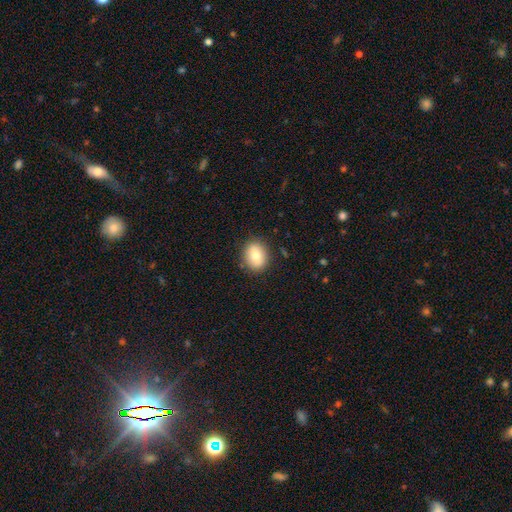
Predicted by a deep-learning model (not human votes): A smooth galaxy with no disk features (79%) that is round (51%).

Vote fractions:
- Smooth or featured? smooth: 79% / featured or disk: 13% / star or artifact: 8%
- How rounded? round: 51% / in between: 48% / cigar-shaped: 1%
- Merging? none: 86% / minor disturbance: 10% / major disturbance: 3% / merger: 1%